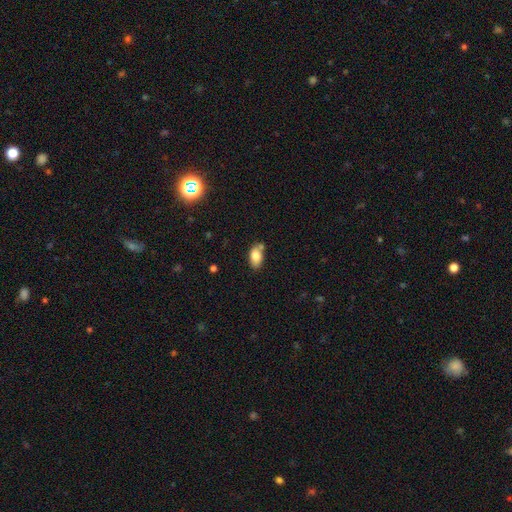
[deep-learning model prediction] Overall: smooth (82%). How rounded: in between (90%). Merging: none (60%; minor disturbance 20%).